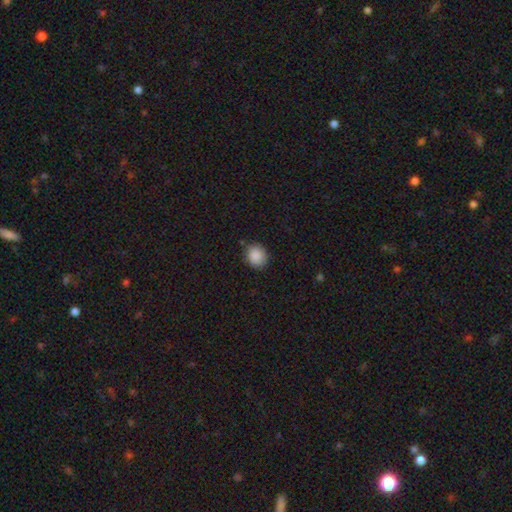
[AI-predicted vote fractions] smooth-or-featured: smooth: 89% | star or artifact: 8% | featured or disk: 3%
  how-rounded: round: 77% | in between: 22% | cigar-shaped: 1%
  merging: none: 83% | minor disturbance: 12% | major disturbance: 3% | merger: 2%